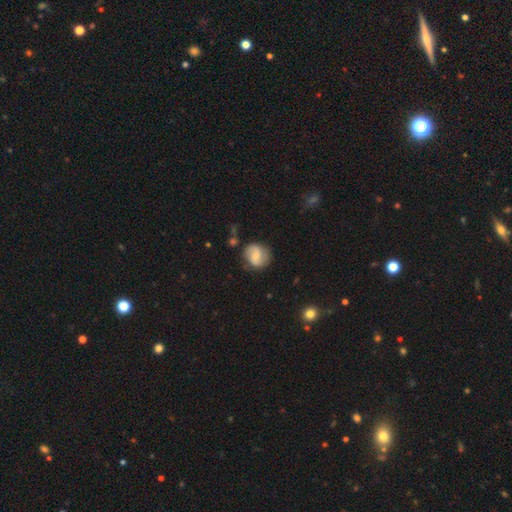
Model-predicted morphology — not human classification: Overall: featured or disk (47%; smooth 45%). Merging: none (75%).